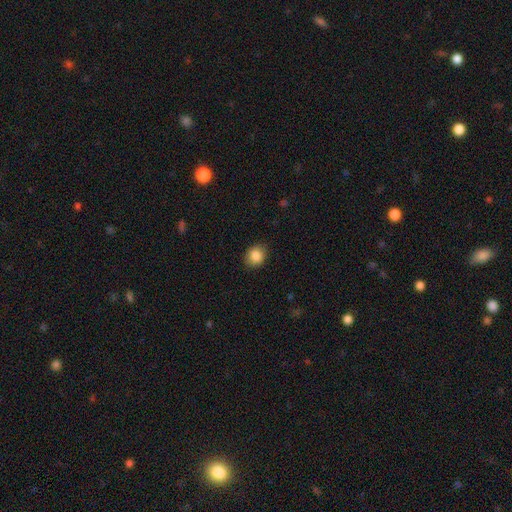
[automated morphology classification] Smooth or featured? Predicted: smooth (p=0.87). How rounded? Predicted: round (p=0.63). Merging? Predicted: none (p=0.85).